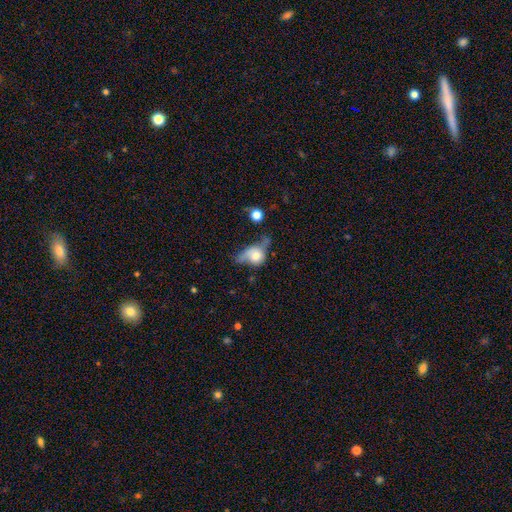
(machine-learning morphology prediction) smooth-or-featured: smooth: 61% | featured or disk: 29% | star or artifact: 10%
  how-rounded: round: 50% | in between: 46% | cigar-shaped: 3%
  merging: major disturbance: 33% | minor disturbance: 24% | none: 22% | merger: 20%